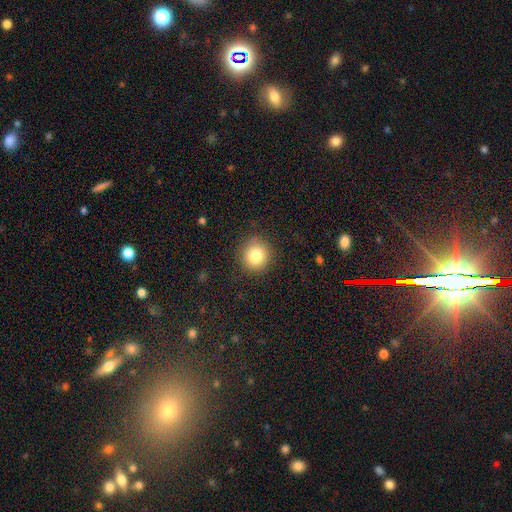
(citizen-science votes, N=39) smooth_or_featured: smooth (p=0.87) [alt: featured or disk p=0.08]
how_rounded: round (p=0.88) [alt: in between p=0.09]
merging: none (p=0.95) [alt: major disturbance p=0.03]